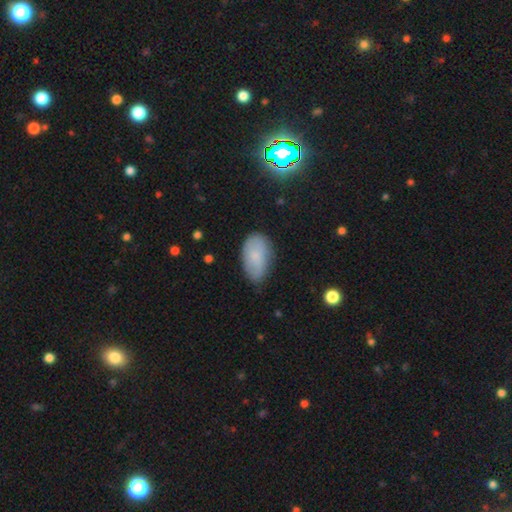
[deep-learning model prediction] smooth_or_featured: smooth (p=0.68) [alt: featured or disk p=0.23]
how_rounded: in between (p=0.93) [alt: round p=0.05]
merging: none (p=0.64) [alt: minor disturbance p=0.28]